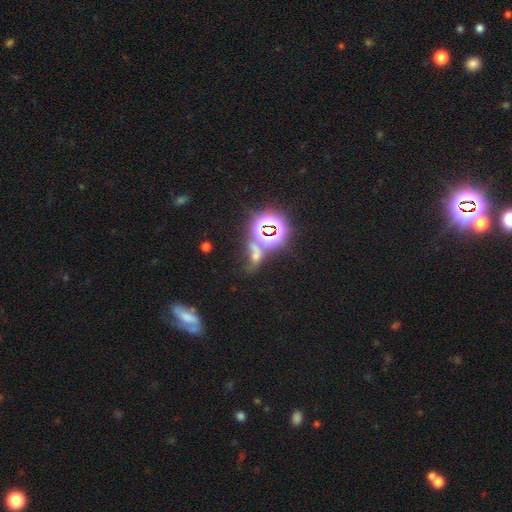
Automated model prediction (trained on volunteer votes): star or artifact 61%, smooth 26%, featured or disk 14%.